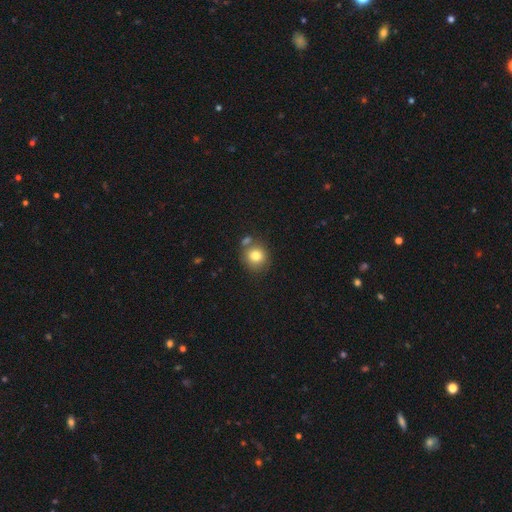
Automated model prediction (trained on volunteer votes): The model was most divided on "merging": none: 66%, merger: 18%, minor disturbance: 12%, major disturbance: 4%. More confident: how rounded — round (86%); smooth or featured — smooth (81%).